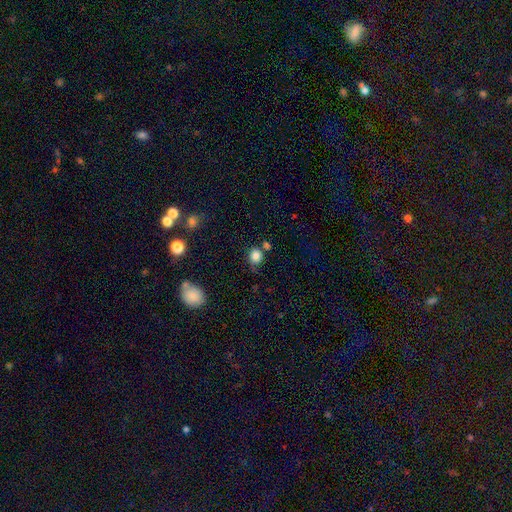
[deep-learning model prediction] Q: Smooth or featured?
A: smooth (84%); runner-up: star or artifact (11%)
Q: How rounded?
A: round (73%); runner-up: in between (26%)
Q: Merging?
A: none (65%); runner-up: minor disturbance (19%)